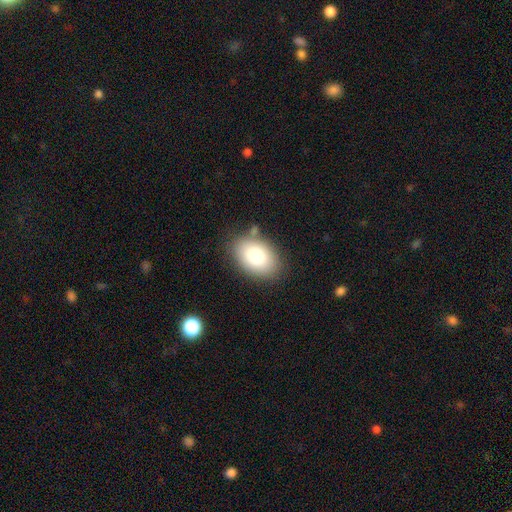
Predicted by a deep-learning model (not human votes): A smooth galaxy with no disk features (81%) that is in between round and cigar-shaped (85%).

Vote fractions:
- Smooth or featured? smooth: 81% / featured or disk: 11% / star or artifact: 8%
- How rounded? in between: 85% / round: 14% / cigar-shaped: 1%
- Merging? none: 80% / minor disturbance: 13% / merger: 4% / major disturbance: 4%